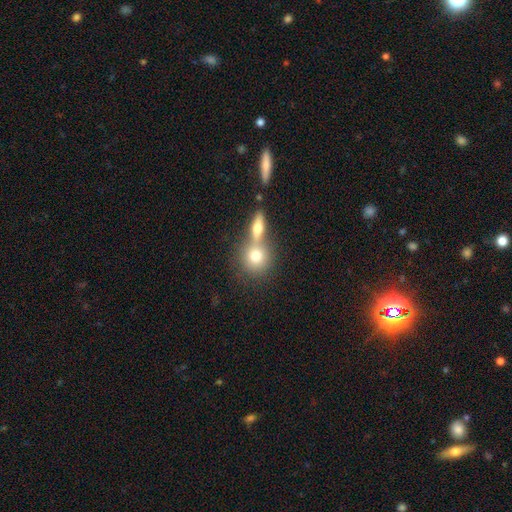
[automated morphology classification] The model was most divided on "merging": merger: 50%, none: 40%, minor disturbance: 7%, major disturbance: 3%. More confident: how rounded — round (79%); smooth or featured — smooth (74%).